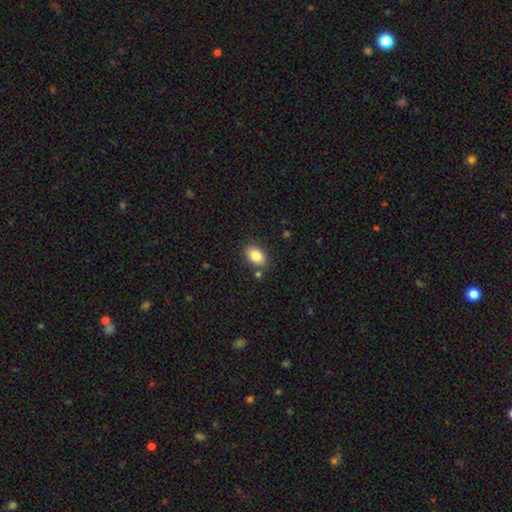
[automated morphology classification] Smooth or featured? smooth (84%)
How rounded? in between (86%)
Merging? none (83%)